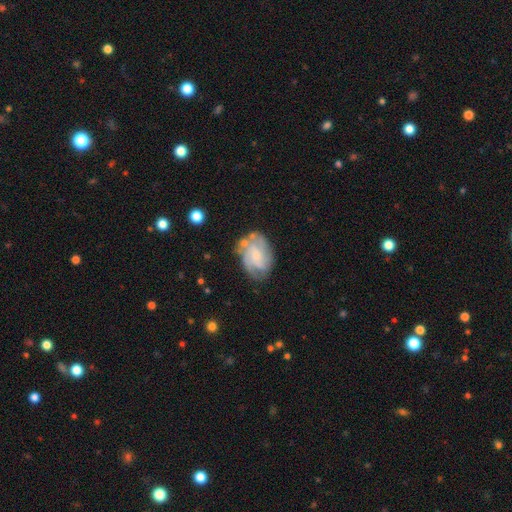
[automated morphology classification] Q: Smooth or featured?
A: featured or disk (74%); runner-up: smooth (20%)
Q: Edge-on disk?
A: no (98%); runner-up: yes (2%)
Q: Bar?
A: no (62%); runner-up: weak (33%)
Q: Spiral arms?
A: yes (90%); runner-up: no (10%)
Q: Spiral winding?
A: tight (47%); runner-up: medium (40%)
Q: Spiral arm count?
A: can't tell (31%); runner-up: 3 (28%)
Q: Bulge size?
A: small (61%); runner-up: moderate (25%)
Q: Merging?
A: none (62%); runner-up: minor disturbance (23%)